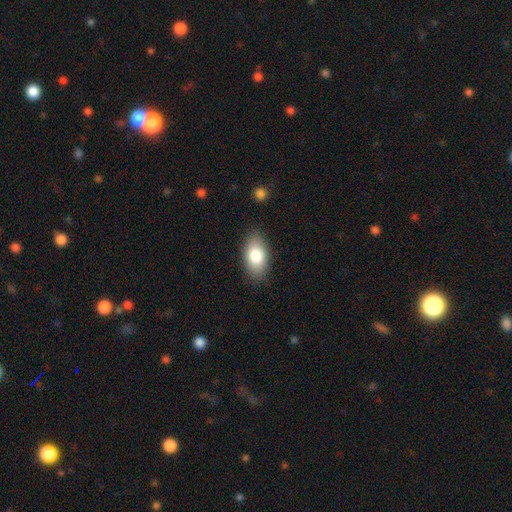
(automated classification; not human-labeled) Smooth or featured? Predicted: smooth (p=0.80). How rounded? Predicted: in between (p=0.92). Merging? Predicted: none (p=0.85).